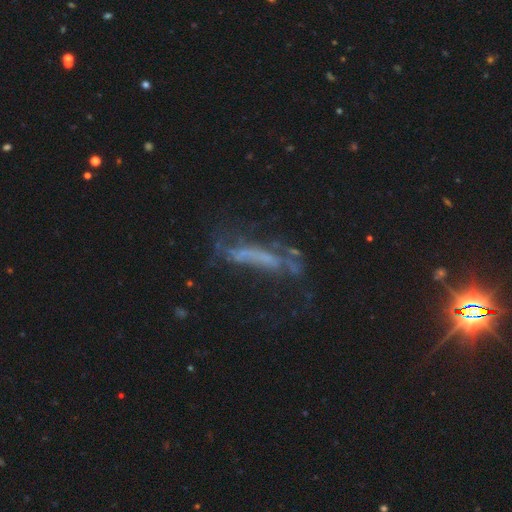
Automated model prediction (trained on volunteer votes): A featured or disk galaxy (55%). Merging: none (37%).